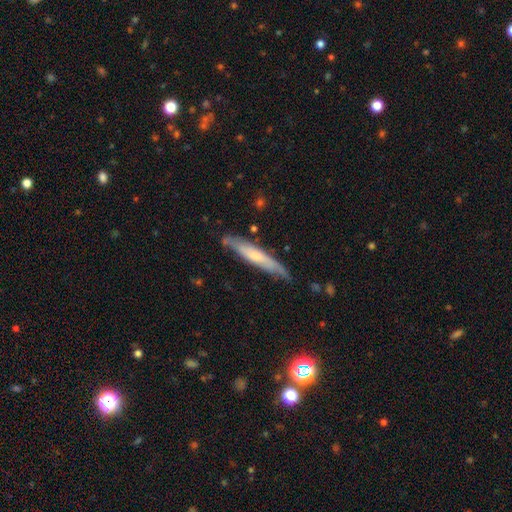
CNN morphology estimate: Q: Smooth or featured?
A: smooth (48%); runner-up: featured or disk (47%)
Q: Merging?
A: none (78%); runner-up: minor disturbance (17%)